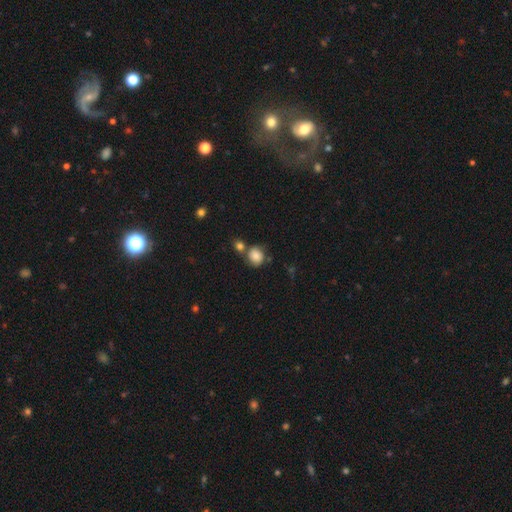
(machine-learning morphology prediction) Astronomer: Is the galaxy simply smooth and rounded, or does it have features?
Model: smooth — 81%.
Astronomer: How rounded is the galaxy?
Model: round — 76%.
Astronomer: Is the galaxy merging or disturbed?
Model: none — 57%.